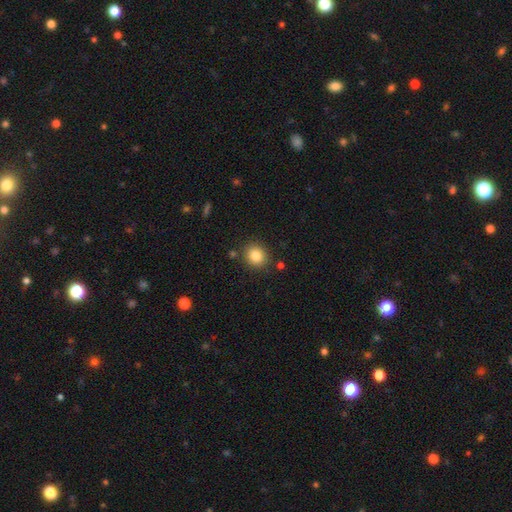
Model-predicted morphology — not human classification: type=smooth (84%); roundness=round (83%); merging=none (85%).